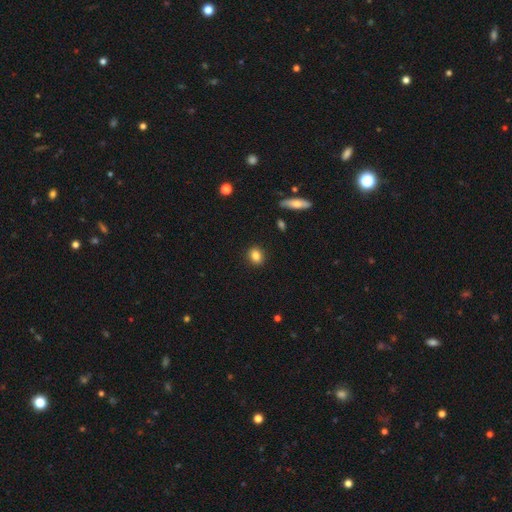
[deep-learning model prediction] Overall: smooth (84%). How rounded: round (62%; in between 36%). Merging: none (91%).